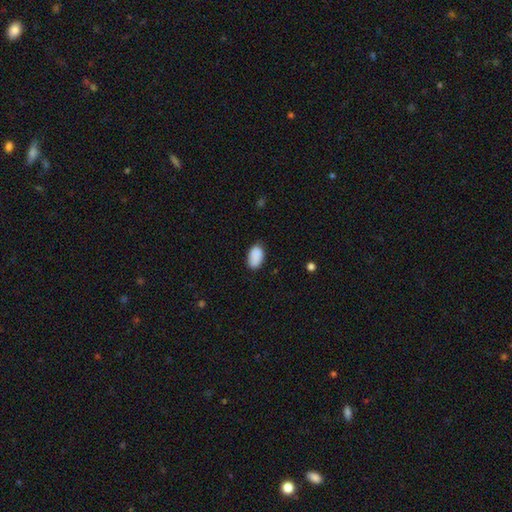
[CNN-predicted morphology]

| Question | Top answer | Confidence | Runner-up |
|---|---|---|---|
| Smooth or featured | smooth | 89% | star or artifact (7%) |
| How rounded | in between | 93% | round (6%) |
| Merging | none | 80% | minor disturbance (16%) |